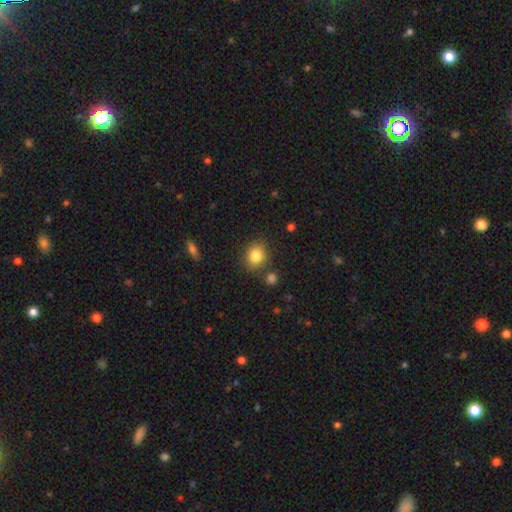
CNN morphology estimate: This is clearly a smooth galaxy (83%). How rounded: likely round (72%). Merging: clearly none (80%).